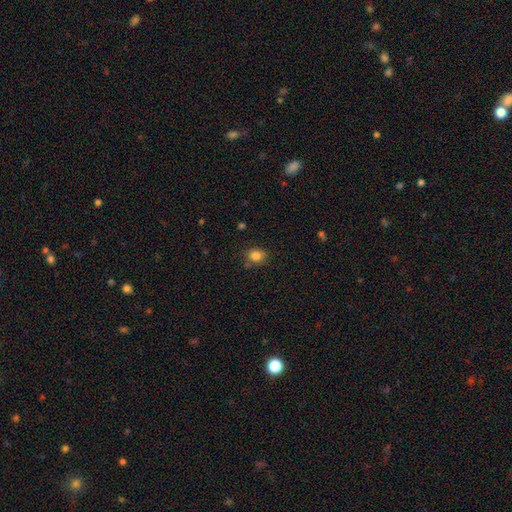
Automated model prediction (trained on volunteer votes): smooth 84%, star or artifact 11%, featured or disk 5%. Down the decision tree: how rounded — round (58%); merging — none (75%).